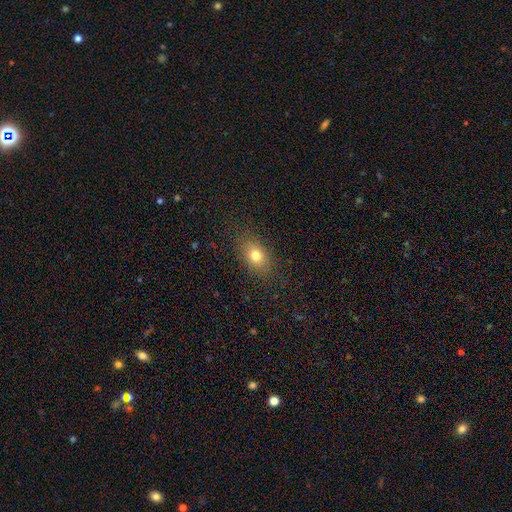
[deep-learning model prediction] Smooth or featured: smooth — 77% (star or artifact — 12%)
How rounded: in between — 73% (round — 24%)
Merging: none — 84% (minor disturbance — 11%)